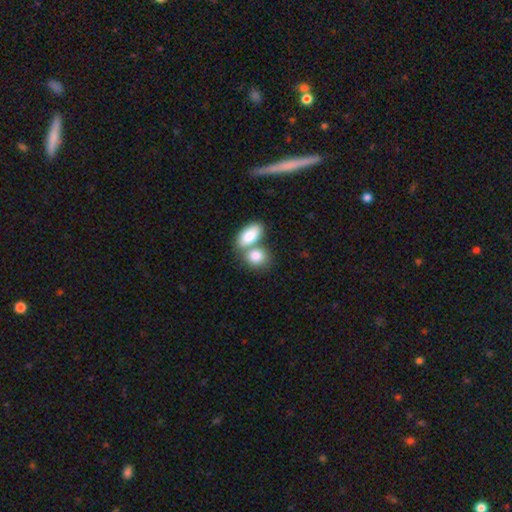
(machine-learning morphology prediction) The model was most divided on "merging": merger: 57%, none: 31%, minor disturbance: 8%, major disturbance: 4%. More confident: smooth or featured — smooth (83%); how rounded — in between (76%).